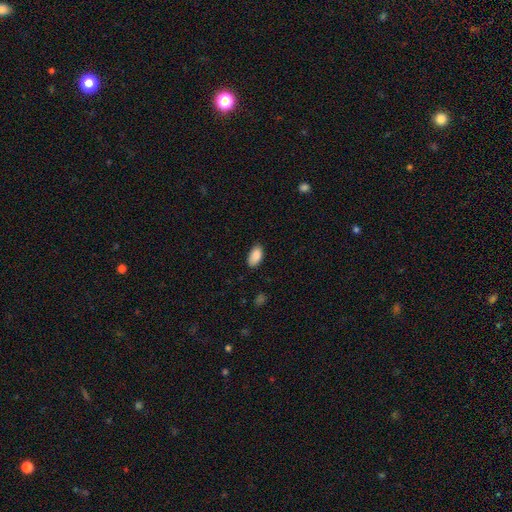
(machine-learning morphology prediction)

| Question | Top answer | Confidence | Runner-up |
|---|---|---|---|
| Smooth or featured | smooth | 90% | star or artifact (7%) |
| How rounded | in between | 95% | round (3%) |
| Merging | none | 81% | minor disturbance (15%) |